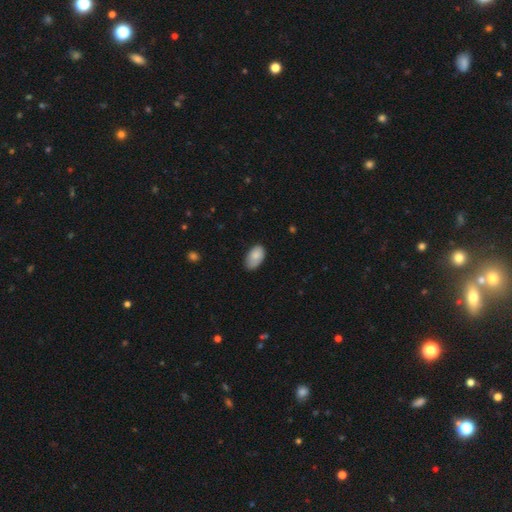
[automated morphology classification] This appears to be a smooth galaxy with no disk features (83%) that is in between round and cigar-shaped (94%). Merging: none (65%).